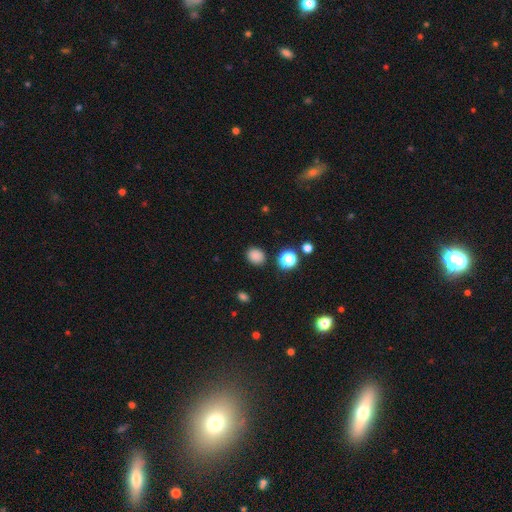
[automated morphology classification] Smooth or featured?
  - smooth: 83% *
  - star or artifact: 13%
  - featured or disk: 3%
How rounded?
  - round: 59% *
  - in between: 40%
  - cigar-shaped: 1%
Merging?
  - none: 85% *
  - minor disturbance: 9%
  - major disturbance: 3%
  - merger: 2%